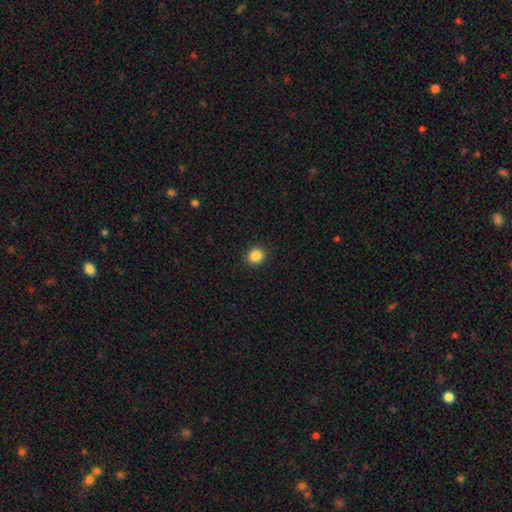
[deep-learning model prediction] Smooth or featured? Predicted: smooth (p=0.87). How rounded? Predicted: round (p=0.85). Merging? Predicted: none (p=0.92).